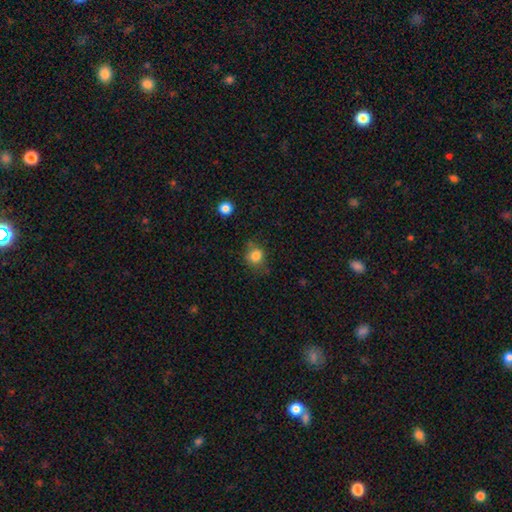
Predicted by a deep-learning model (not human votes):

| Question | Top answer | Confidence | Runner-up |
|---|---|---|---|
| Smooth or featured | smooth | 81% | star or artifact (11%) |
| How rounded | round | 70% | in between (29%) |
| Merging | none | 61% | minor disturbance (26%) |